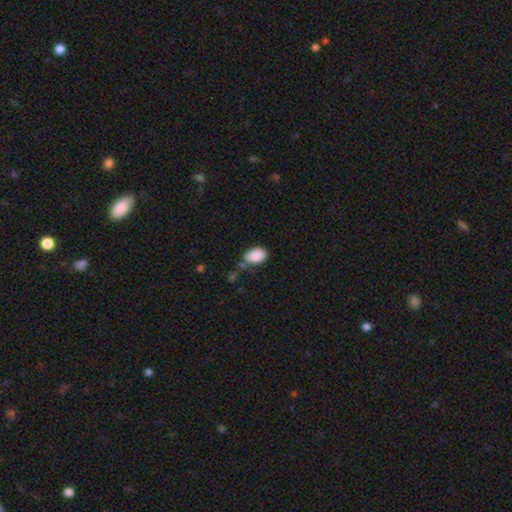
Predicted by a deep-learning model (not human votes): Smooth or featured? smooth (88%)
How rounded? in between (89%)
Merging? none (58%)